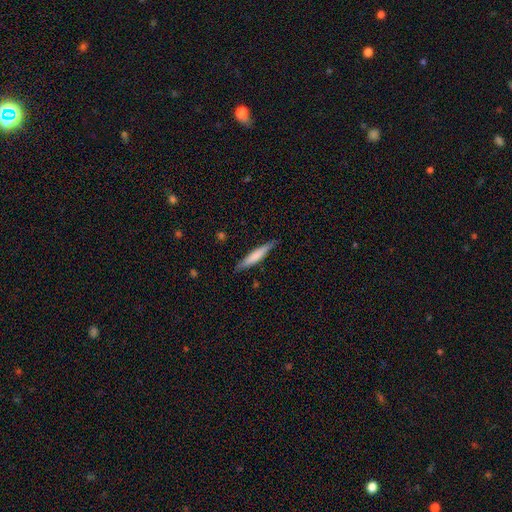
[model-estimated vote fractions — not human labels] A smooth galaxy with no disk features (67%) that is cigar-shaped (91%). Merging: none (86%).